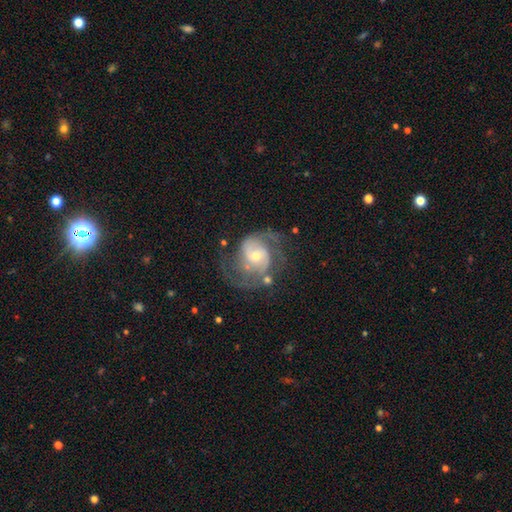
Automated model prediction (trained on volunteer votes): This appears to be a featured or disk galaxy (85%) with no bar (58%), 2 (77%) medium (51%) spiral arms (95%) and a moderate central bulge (50%). Merging: none (60%).